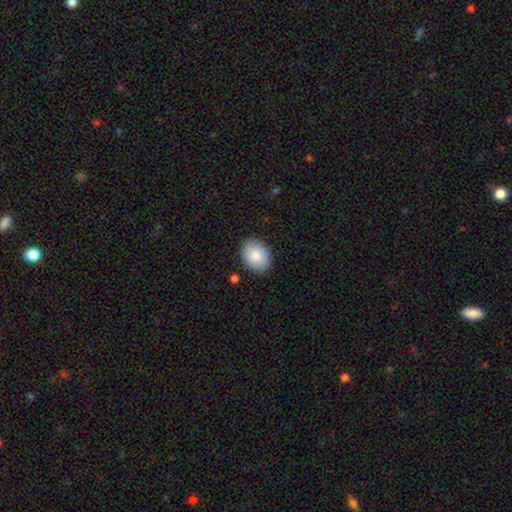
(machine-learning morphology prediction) Overall: smooth (87%). How rounded: in between (72%). Merging: none (86%).